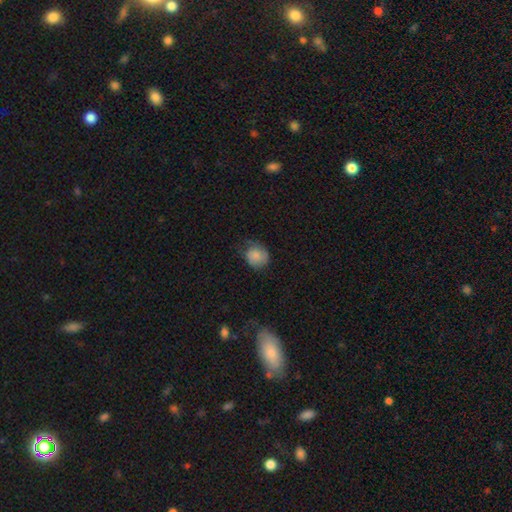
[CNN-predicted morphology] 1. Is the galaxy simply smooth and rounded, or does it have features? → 81% smooth, 12% featured or disk, 8% star or artifact.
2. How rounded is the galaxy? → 75% round, 24% in between, 1% cigar-shaped.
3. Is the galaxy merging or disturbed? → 54% none, 33% minor disturbance, 12% major disturbance, 1% merger.